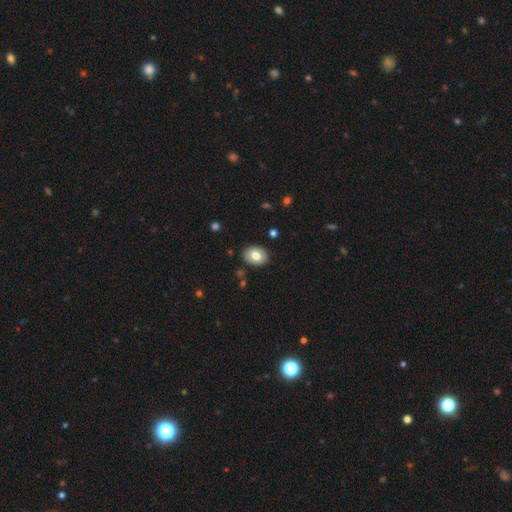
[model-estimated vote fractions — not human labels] Morphology: type=smooth (75%); roundness=in between (66%); merging=none (87%).